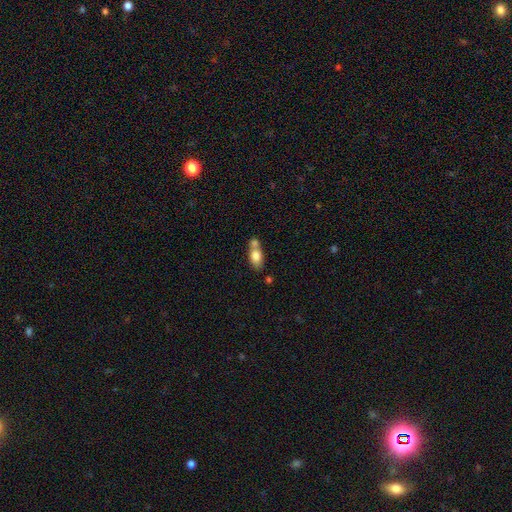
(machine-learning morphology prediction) This appears to be a smooth galaxy with no disk features (76%) that is in between round and cigar-shaped (80%). Merging: merger (49%).